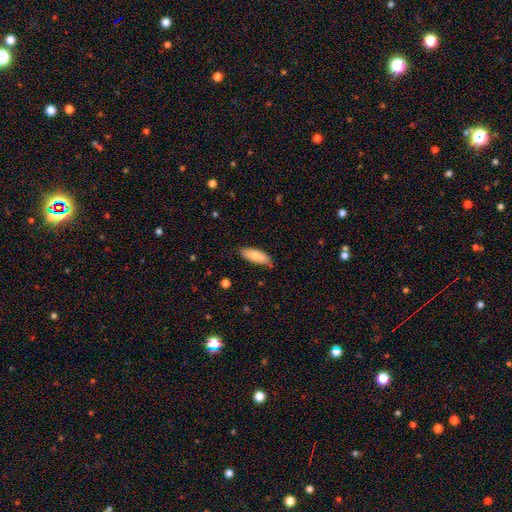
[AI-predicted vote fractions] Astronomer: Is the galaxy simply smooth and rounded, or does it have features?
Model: smooth — 82%.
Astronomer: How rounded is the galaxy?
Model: in between — 66%.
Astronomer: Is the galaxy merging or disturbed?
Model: none — 78%.